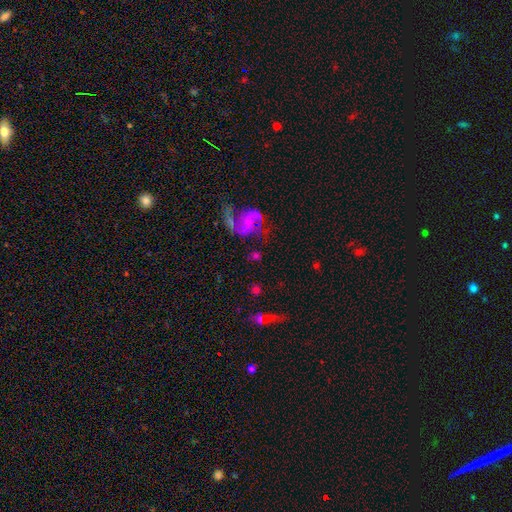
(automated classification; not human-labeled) smooth-or-featured: featured or disk: 53% | smooth: 31% | star or artifact: 16%
  disk-edge-on: no: 96% | yes: 4%
    bar: no: 48% | weak: 37% | strong: 15%
    has-spiral-arms: yes: 85% | no: 15%
    bulge-size: small: 46% | none: 27% | moderate: 20% | large: 5% | dominant: 2%
  merging: none: 54% | minor disturbance: 16% | major disturbance: 16% | merger: 15%